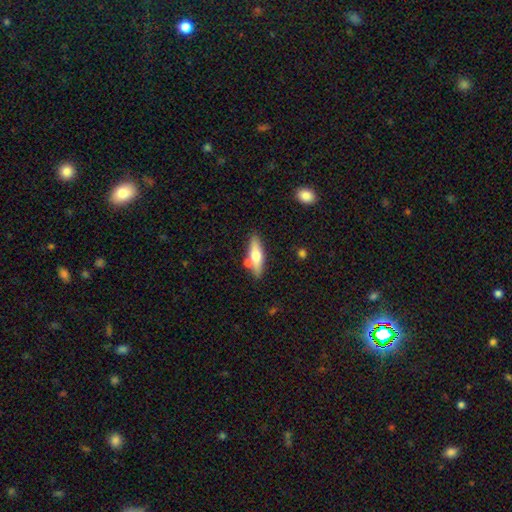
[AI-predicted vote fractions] A smooth galaxy with no disk features (54%) that is cigar-shaped (60%).

Vote fractions:
- Smooth or featured? smooth: 54% / featured or disk: 40% / star or artifact: 6%
- How rounded? cigar-shaped: 60% / in between: 37% / round: 3%
- Merging? none: 74% / minor disturbance: 12% / merger: 11% / major disturbance: 3%